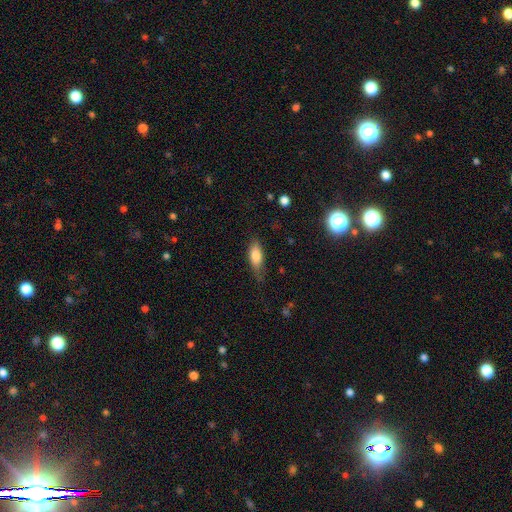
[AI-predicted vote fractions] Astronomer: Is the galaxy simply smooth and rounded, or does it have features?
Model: smooth — 78%.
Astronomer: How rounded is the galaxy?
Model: in between — 74%.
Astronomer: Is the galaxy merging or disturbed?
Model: none — 68%.